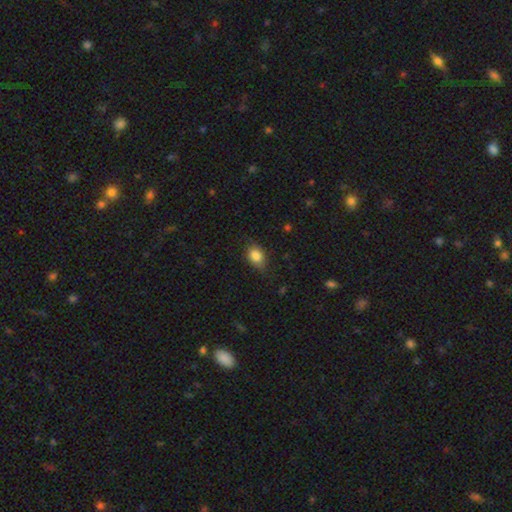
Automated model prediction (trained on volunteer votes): Morphology: type=smooth (84%); roundness=in between (70%); merging=none (73%).